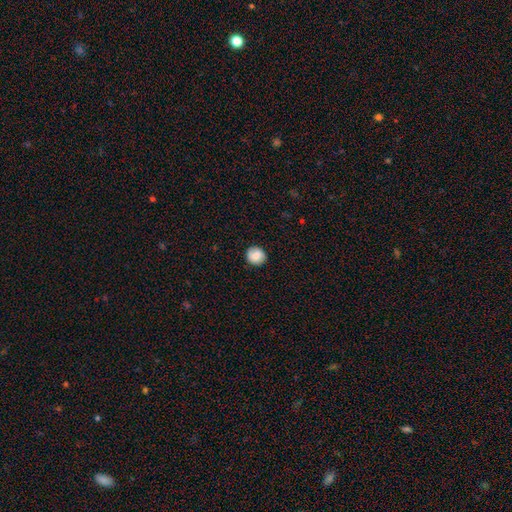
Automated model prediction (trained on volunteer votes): Smooth or featured? Predicted: smooth (p=0.81). How rounded? Predicted: round (p=0.88). Merging? Predicted: none (p=0.87).